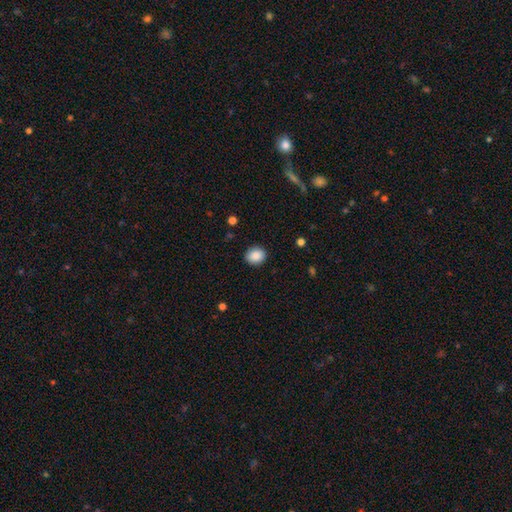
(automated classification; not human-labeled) A smooth galaxy with no disk features (88%) that is round (64%). Merging: none (90%).